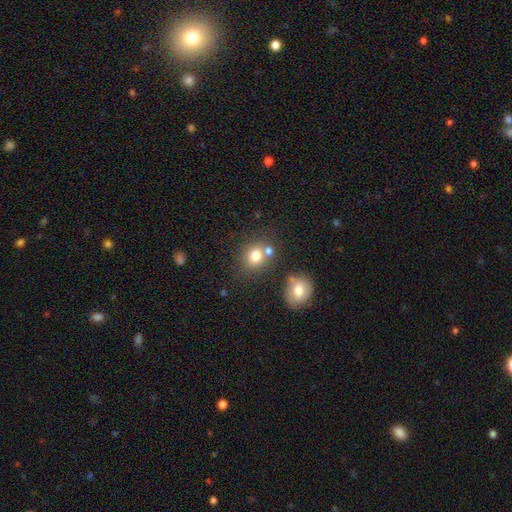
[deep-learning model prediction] smooth-or-featured: smooth: 77% | star or artifact: 13% | featured or disk: 10%
  how-rounded: round: 72% | in between: 27% | cigar-shaped: 1%
  merging: none: 60% | merger: 24% | minor disturbance: 12% | major disturbance: 5%